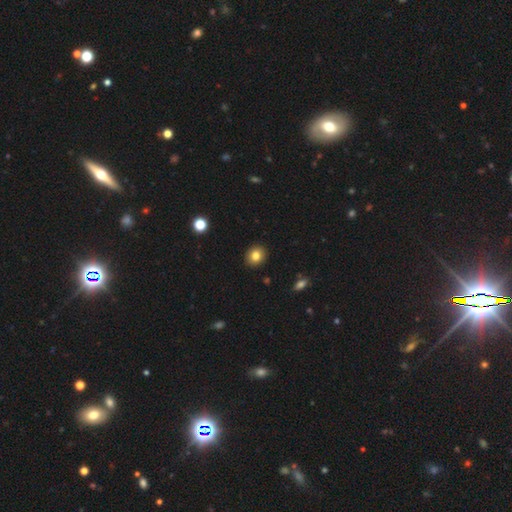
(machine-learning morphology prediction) smooth 82%, star or artifact 10%, featured or disk 8%. Down the decision tree: how rounded — round (72%); merging — none (91%).